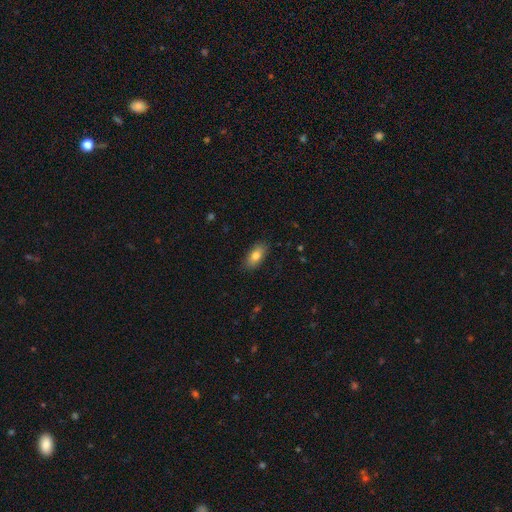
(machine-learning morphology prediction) smooth-or-featured: smooth: 79% | featured or disk: 13% | star or artifact: 7%
  how-rounded: in between: 88% | cigar-shaped: 8% | round: 4%
  merging: none: 87% | minor disturbance: 10% | major disturbance: 2% | merger: 1%